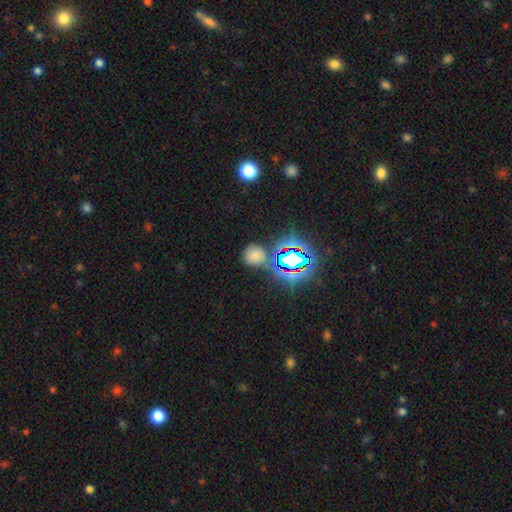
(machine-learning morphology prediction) This is possibly a smooth galaxy (57%). How rounded: clearly round (81%). Merging: likely none (75%).